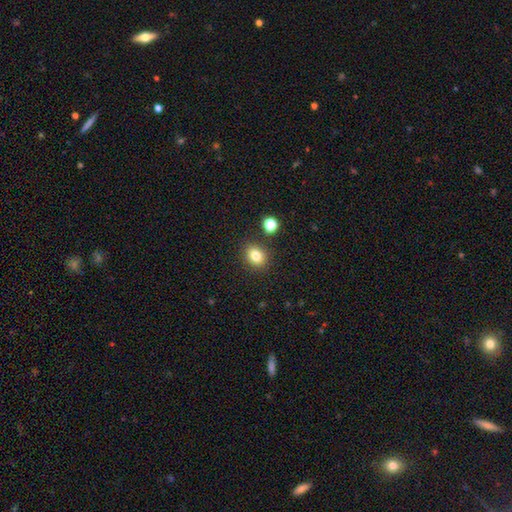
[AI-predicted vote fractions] smooth_or_featured: smooth (p=0.81) [alt: star or artifact p=0.12]
how_rounded: round (p=0.55) [alt: in between p=0.44]
merging: none (p=0.84) [alt: minor disturbance p=0.09]